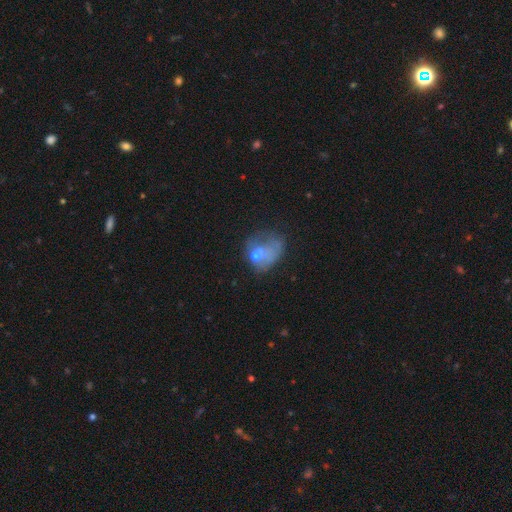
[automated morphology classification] A smooth galaxy with no disk features (48%).

Vote fractions:
- Smooth or featured? smooth: 48% / featured or disk: 36% / star or artifact: 16%
- Merging? major disturbance: 35% / none: 27% / minor disturbance: 20% / merger: 18%